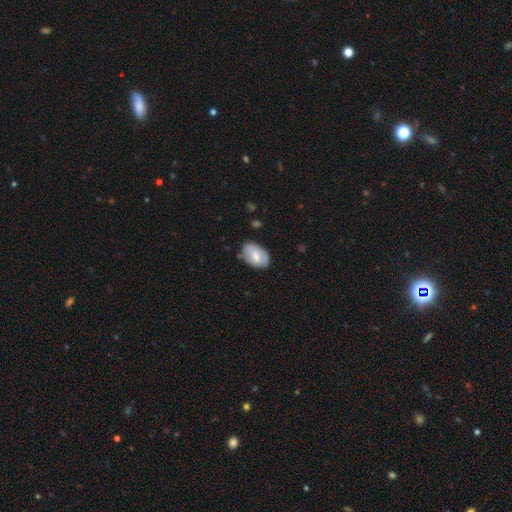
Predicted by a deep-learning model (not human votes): Smooth or featured? smooth (65%)
How rounded? in between (90%)
Merging? none (73%)